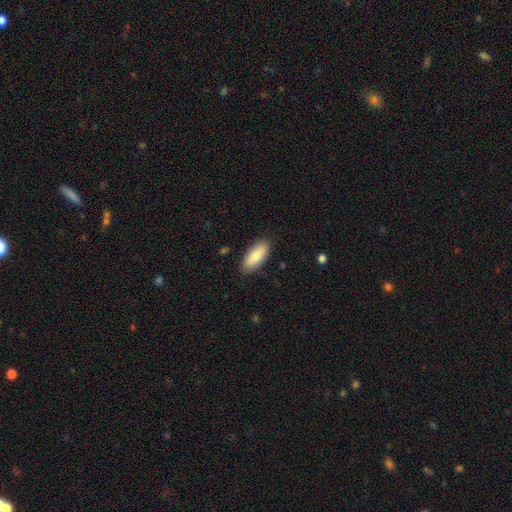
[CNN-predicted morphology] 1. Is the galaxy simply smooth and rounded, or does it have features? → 80% smooth, 14% featured or disk, 6% star or artifact.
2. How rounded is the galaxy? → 82% in between, 16% cigar-shaped, 2% round.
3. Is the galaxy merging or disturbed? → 87% none, 10% minor disturbance, 2% major disturbance, 1% merger.